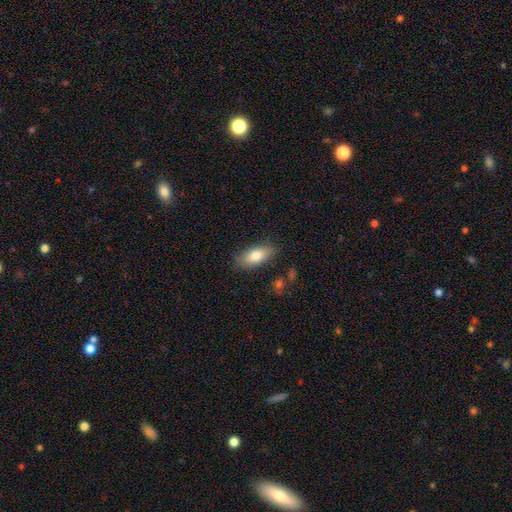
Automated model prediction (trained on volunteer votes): Smooth or featured?
  - smooth: 79% *
  - featured or disk: 14%
  - star or artifact: 7%
How rounded?
  - in between: 84% *
  - cigar-shaped: 13%
  - round: 3%
Merging?
  - none: 83% *
  - minor disturbance: 13%
  - major disturbance: 3%
  - merger: 2%